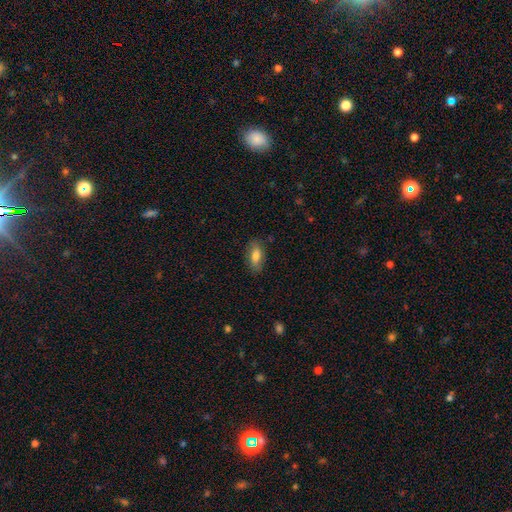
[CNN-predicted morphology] This is likely a smooth galaxy (79%). How rounded: clearly in between (84%). Merging: clearly none (83%).